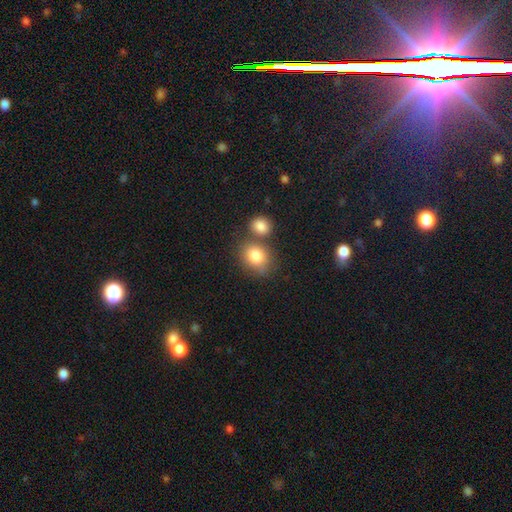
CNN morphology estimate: type=smooth (84%); roundness=round (55%); merging=none (52%).